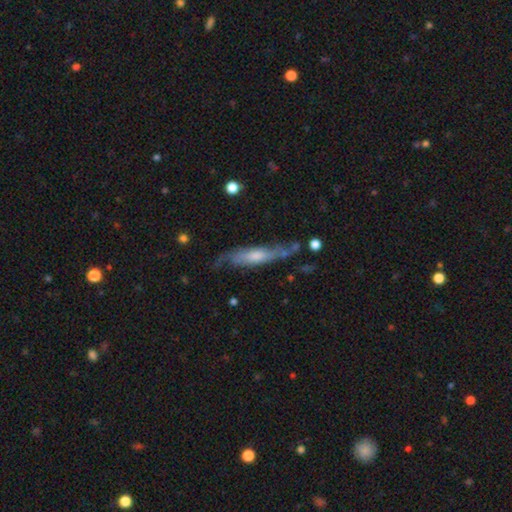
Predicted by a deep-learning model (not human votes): Smooth or featured?
  - featured or disk: 63% *
  - smooth: 30%
  - star or artifact: 7%
Edge-on disk?
  - no: 51% *
  - yes: 49%
Merging?
  - none: 58% *
  - minor disturbance: 25%
  - major disturbance: 12%
  - merger: 5%